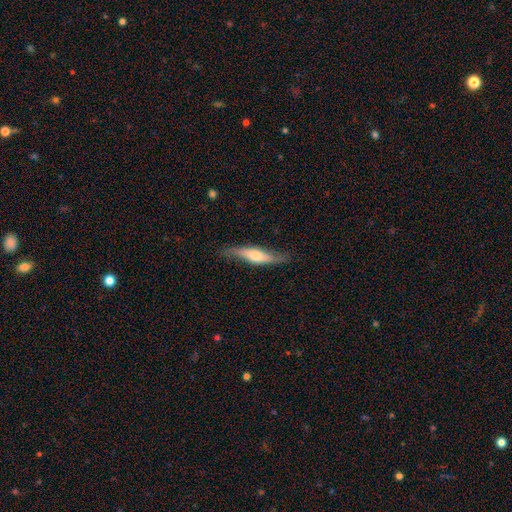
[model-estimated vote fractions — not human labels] A featured or disk galaxy (49%).

Vote fractions:
- Smooth or featured? featured or disk: 49% / smooth: 46% / star or artifact: 5%
- Merging? none: 76% / minor disturbance: 18% / major disturbance: 5% / merger: 1%